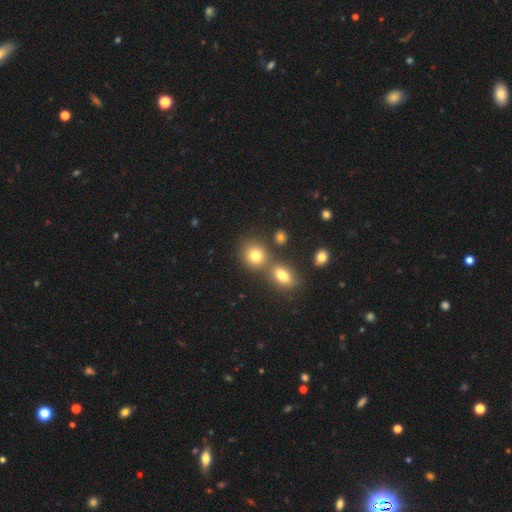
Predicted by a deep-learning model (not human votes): Overall: smooth (79%). How rounded: round (72%). Merging: none (59%; merger 29%).